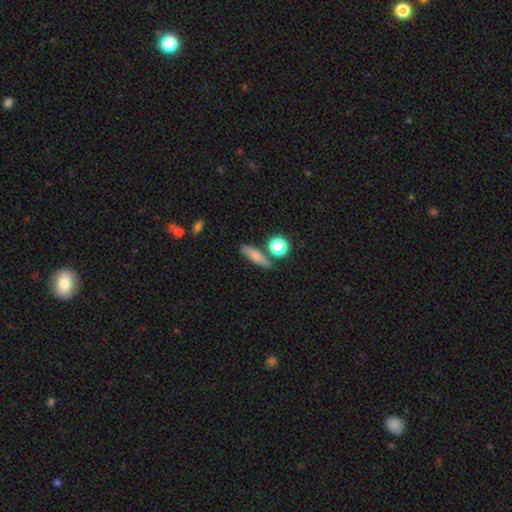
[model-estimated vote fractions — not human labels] Smooth or featured? smooth (74%)
How rounded? cigar-shaped (58%)
Merging? none (73%)